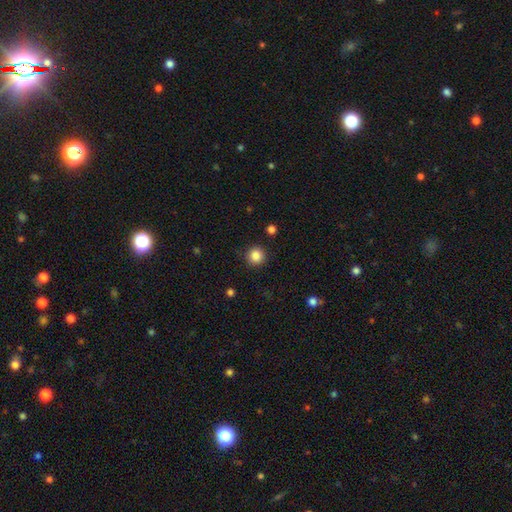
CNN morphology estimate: Smooth or featured: smooth — 86% (star or artifact — 11%)
How rounded: round — 94% (in between — 5%)
Merging: none — 90% (minor disturbance — 6%)